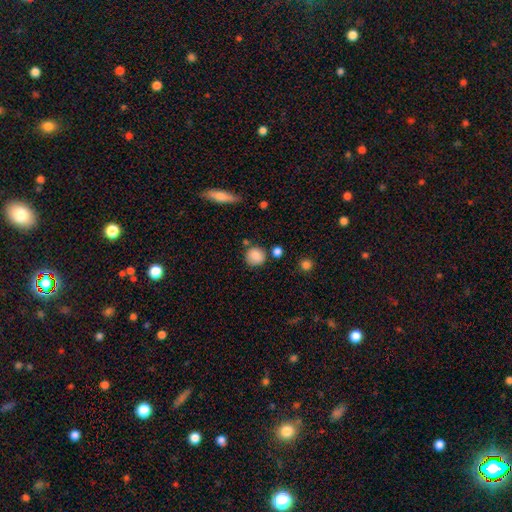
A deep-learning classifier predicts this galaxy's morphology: smooth_or_featured: smooth (p=0.85) [alt: star or artifact p=0.09]
how_rounded: round (p=0.90) [alt: in between p=0.09]
merging: none (p=0.78) [alt: minor disturbance p=0.12]